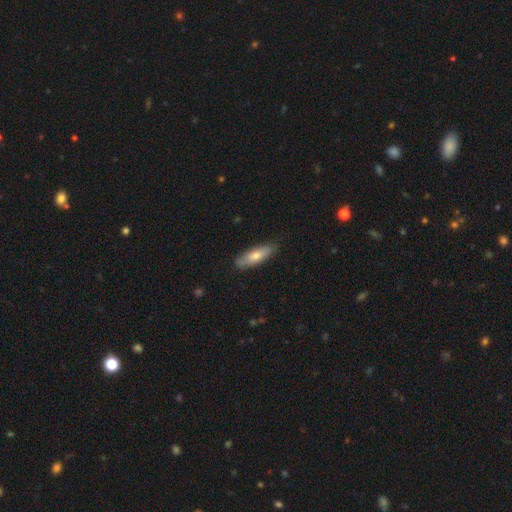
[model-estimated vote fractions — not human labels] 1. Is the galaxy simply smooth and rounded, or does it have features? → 68% smooth, 27% featured or disk, 6% star or artifact.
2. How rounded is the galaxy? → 49% in between (tied), 49% cigar-shaped (tied), 2% round.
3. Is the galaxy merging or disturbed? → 83% none, 14% minor disturbance, 2% major disturbance, 1% merger.